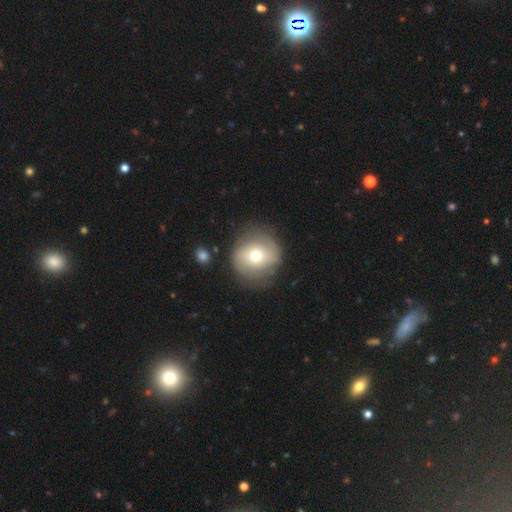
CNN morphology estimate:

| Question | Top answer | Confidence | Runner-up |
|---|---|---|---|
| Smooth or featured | smooth | 58% | featured or disk (33%) |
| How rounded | round | 90% | in between (9%) |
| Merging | none | 78% | minor disturbance (14%) |